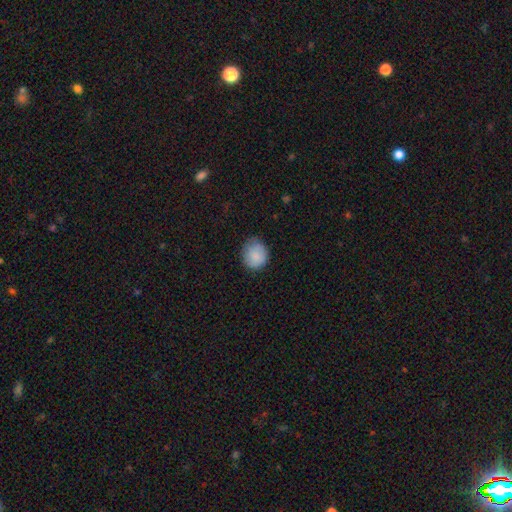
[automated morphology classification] Overall: smooth (86%). How rounded: round (79%). Merging: none (69%).